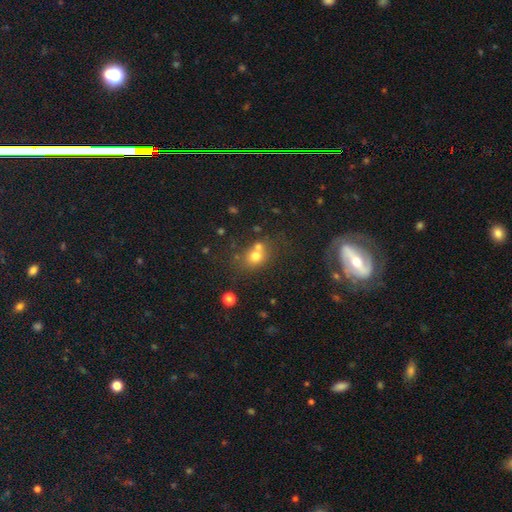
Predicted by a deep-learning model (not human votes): smooth 69%, star or artifact 15%, featured or disk 15%. Down the decision tree: how rounded — round (68%); merging — none (45%).